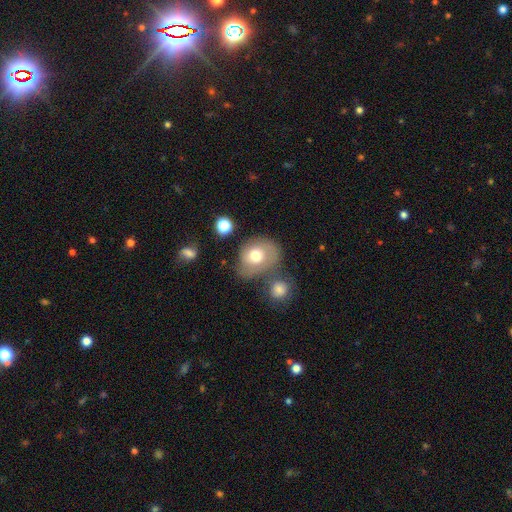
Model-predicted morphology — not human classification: A smooth galaxy with no disk features (63%) that is round (59%). Merging: none (46%).